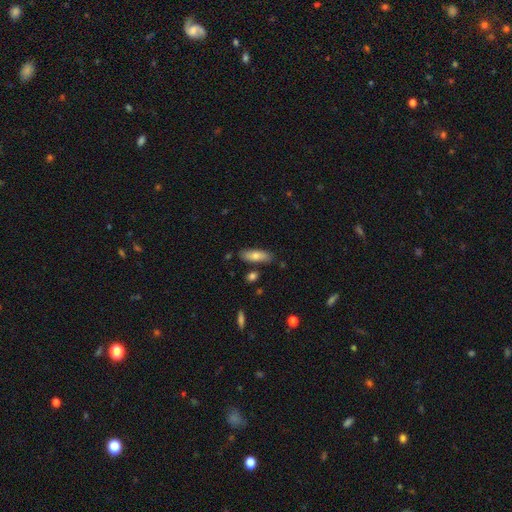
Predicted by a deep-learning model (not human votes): This appears to be a smooth galaxy with no disk features (73%) that is in between round and cigar-shaped (57%). Merging: none (81%).